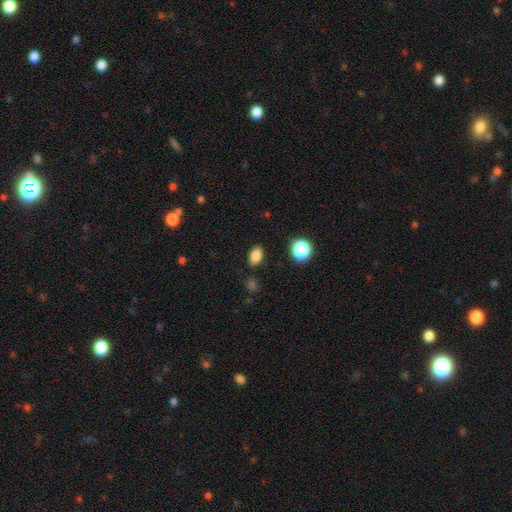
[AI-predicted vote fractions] Smooth or featured?
  - smooth: 83% *
  - star or artifact: 11%
  - featured or disk: 5%
How rounded?
  - in between: 85% *
  - round: 13%
  - cigar-shaped: 2%
Merging?
  - none: 86% *
  - minor disturbance: 9%
  - major disturbance: 3%
  - merger: 2%